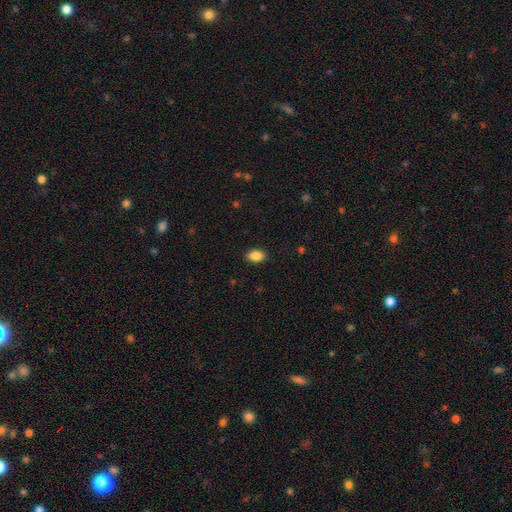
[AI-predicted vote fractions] A smooth galaxy with no disk features (88%) that is in between round and cigar-shaped (88%). Merging: none (89%).